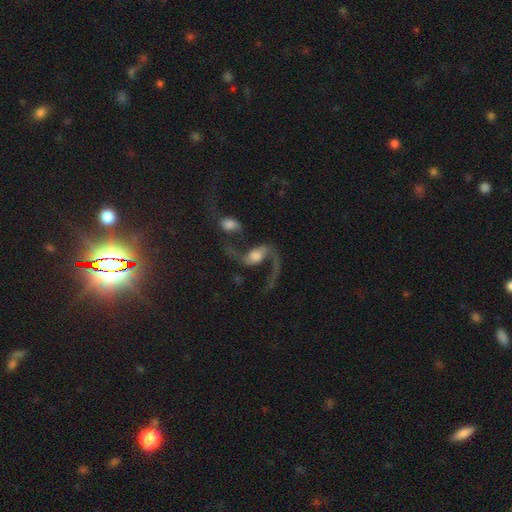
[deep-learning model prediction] Smooth or featured?
  - featured or disk: 84% *
  - smooth: 10%
  - star or artifact: 7%
Edge-on disk?
  - no: 95% *
  - yes: 5%
Bar?
  - no: 46% *
  - weak: 36%
  - strong: 18%
Spiral arms?
  - yes: 94% *
  - no: 6%
Spiral winding?
  - loose: 86% *
  - medium: 11%
  - tight: 3%
Spiral arm count?
  - 2: 87% *
  - 1: 9%
  - can't tell: 2%
  - 3: 1%
  - 4: 1%
  - more than 4: 1%
Bulge size?
  - moderate: 38% *
  - large: 33%
  - small: 14%
  - none: 9%
  - dominant: 6%
Merging?
  - none: 36% *
  - merger: 30%
  - major disturbance: 21%
  - minor disturbance: 13%